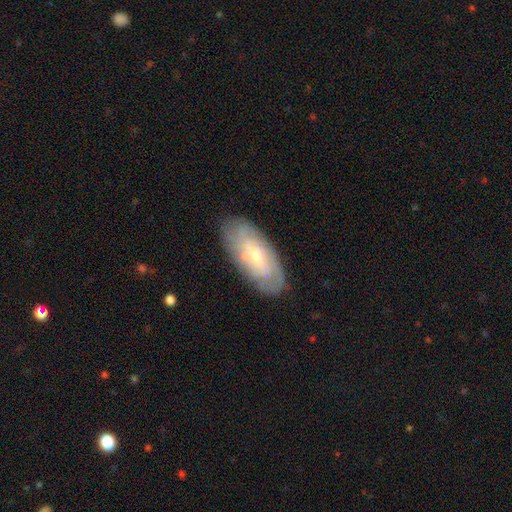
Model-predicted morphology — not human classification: Smooth or featured?
  - featured or disk: 57% *
  - smooth: 36%
  - star or artifact: 7%
Edge-on disk?
  - no: 87% *
  - yes: 13%
Merging?
  - none: 81% *
  - minor disturbance: 14%
  - major disturbance: 4%
  - merger: 1%